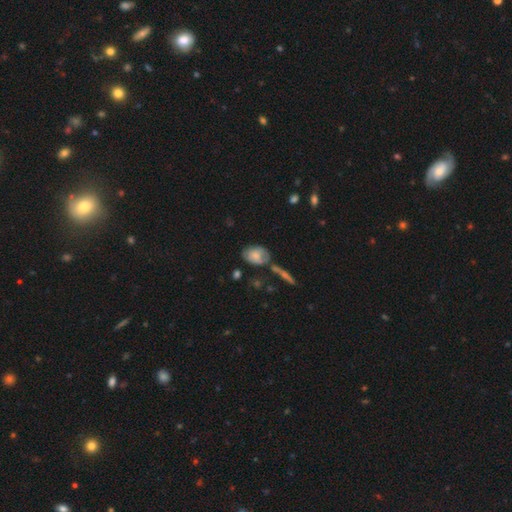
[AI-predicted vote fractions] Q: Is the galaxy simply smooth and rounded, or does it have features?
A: smooth — 67%.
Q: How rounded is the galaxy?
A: in between — 82%.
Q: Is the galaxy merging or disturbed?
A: none — 48%.